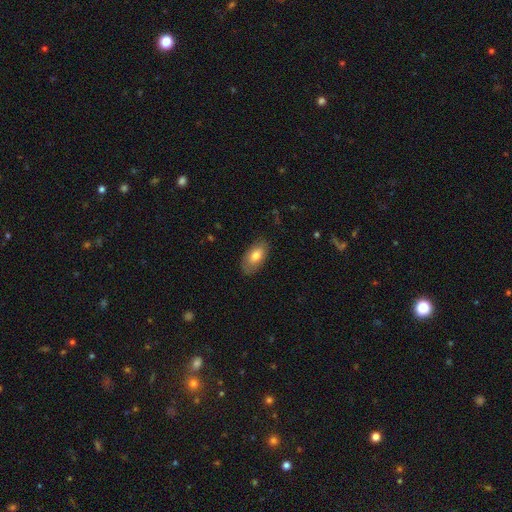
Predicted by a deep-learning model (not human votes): The model was most divided on "smooth or featured": smooth: 73%, featured or disk: 20%, star or artifact: 6%. More confident: how rounded — in between (93%); merging — none (81%).